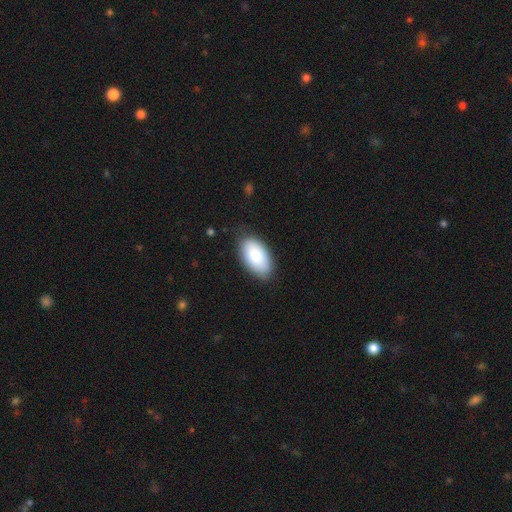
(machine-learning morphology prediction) smooth_or_featured: smooth (p=0.85) [alt: featured or disk p=0.09]
how_rounded: in between (p=0.95) [alt: round p=0.03]
merging: none (p=0.83) [alt: minor disturbance p=0.13]